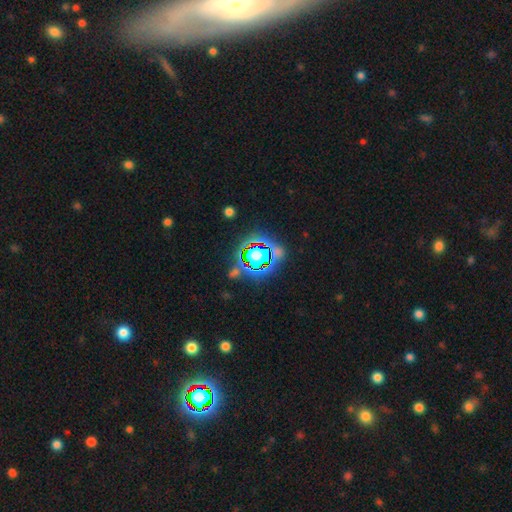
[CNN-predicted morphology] Overall: star or artifact (74%).